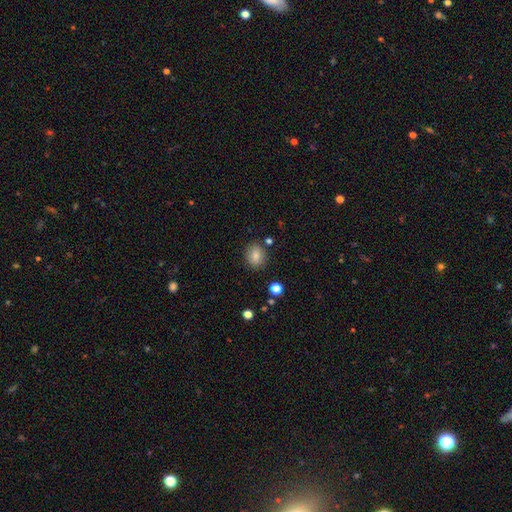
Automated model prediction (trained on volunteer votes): smooth 84%, star or artifact 9%, featured or disk 7%. Down the decision tree: how rounded — in between (51%); merging — none (83%).